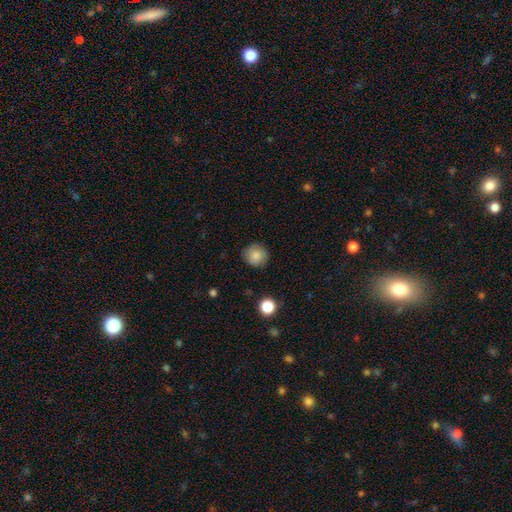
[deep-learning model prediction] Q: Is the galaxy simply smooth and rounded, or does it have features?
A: smooth — 83%.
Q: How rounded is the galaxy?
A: round — 91%.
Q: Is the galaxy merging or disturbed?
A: none — 86%.